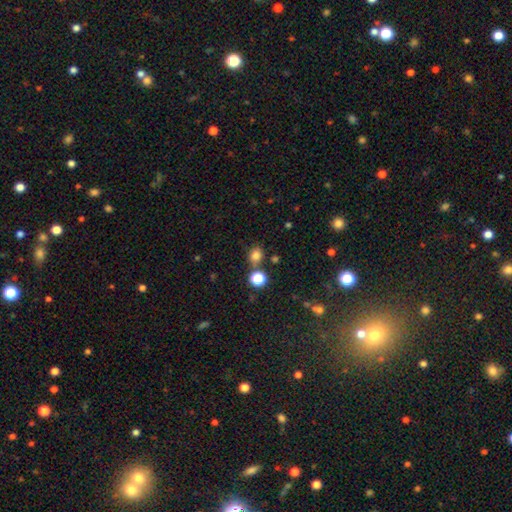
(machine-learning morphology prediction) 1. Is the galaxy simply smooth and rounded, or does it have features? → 78% smooth, 17% star or artifact, 5% featured or disk.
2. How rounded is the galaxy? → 68% round, 31% in between, 1% cigar-shaped.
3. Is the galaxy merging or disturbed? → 72% none, 13% merger, 11% minor disturbance, 4% major disturbance.